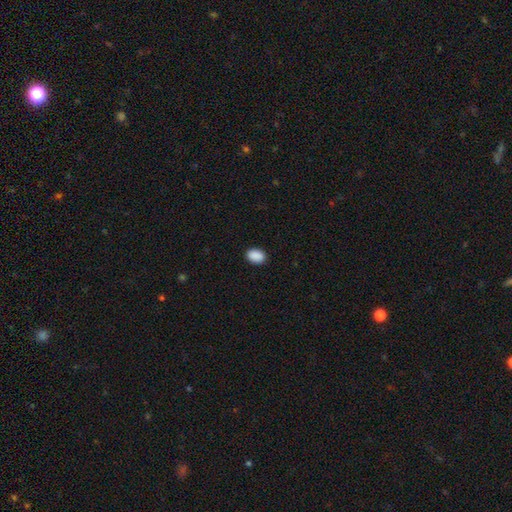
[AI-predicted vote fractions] Morphology: type=smooth (91%); roundness=in between (82%); merging=none (90%).